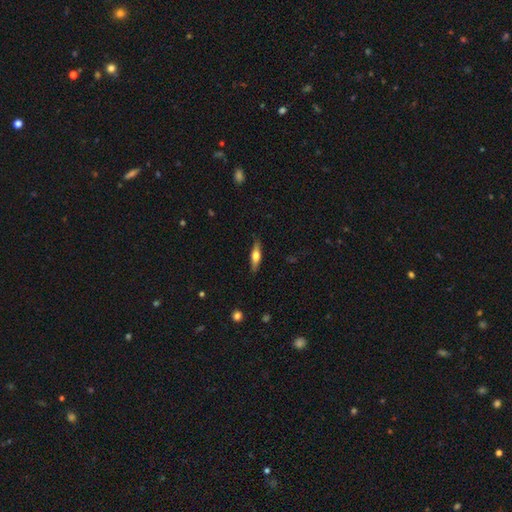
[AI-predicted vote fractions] Q: Smooth or featured?
A: featured or disk (49%); runner-up: smooth (45%)
Q: Merging?
A: none (87%); runner-up: minor disturbance (10%)